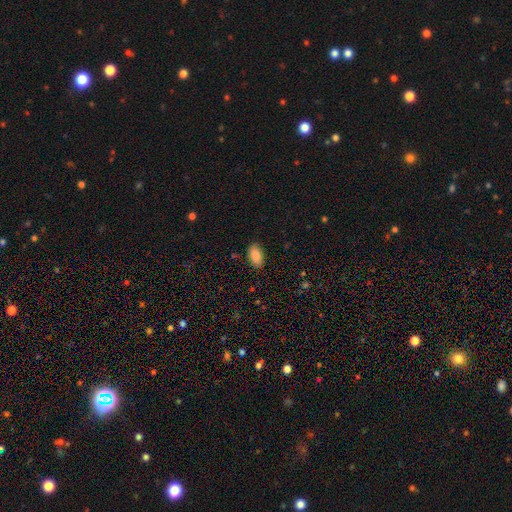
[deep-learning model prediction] Smooth or featured?
  - smooth: 86% *
  - star or artifact: 7%
  - featured or disk: 7%
How rounded?
  - in between: 93% *
  - cigar-shaped: 4%
  - round: 3%
Merging?
  - none: 87% *
  - minor disturbance: 9%
  - major disturbance: 2%
  - merger: 1%